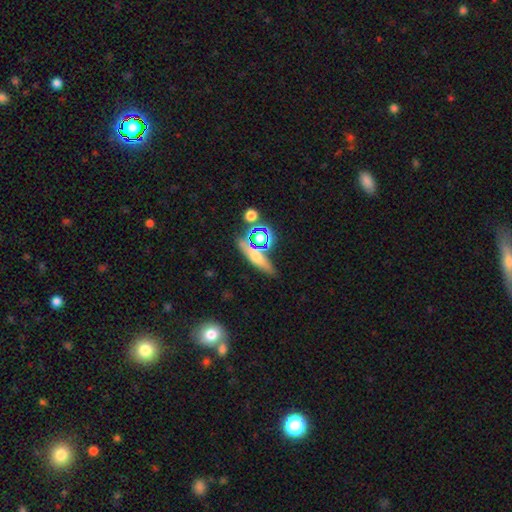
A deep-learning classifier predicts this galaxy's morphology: The model was most divided on "smooth or featured": smooth: 51%, featured or disk: 29%, star or artifact: 20%. More confident: merging — none (74%); how rounded — cigar-shaped (57%).